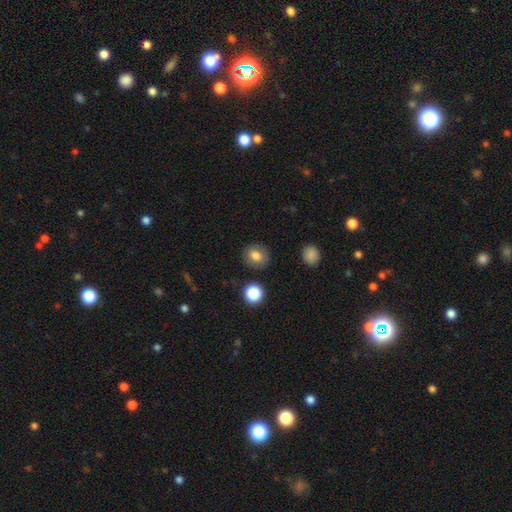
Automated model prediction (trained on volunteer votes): smooth-or-featured: smooth: 79% | featured or disk: 10% | star or artifact: 10%
  how-rounded: round: 68% | in between: 31% | cigar-shaped: 1%
  merging: none: 86% | minor disturbance: 9% | major disturbance: 3% | merger: 2%